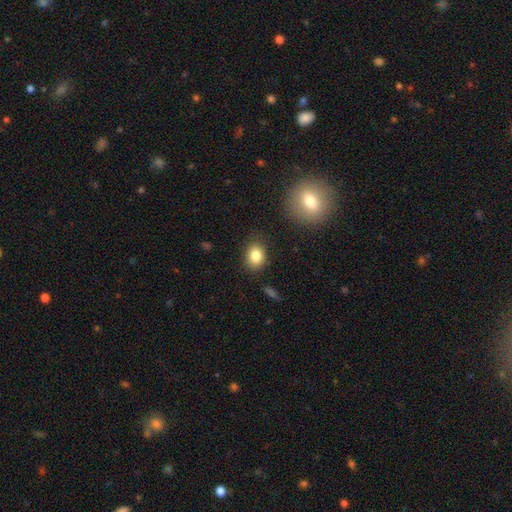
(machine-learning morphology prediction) Q: Smooth or featured?
A: smooth (83%); runner-up: star or artifact (9%)
Q: How rounded?
A: in between (59%); runner-up: round (40%)
Q: Merging?
A: none (84%); runner-up: minor disturbance (11%)